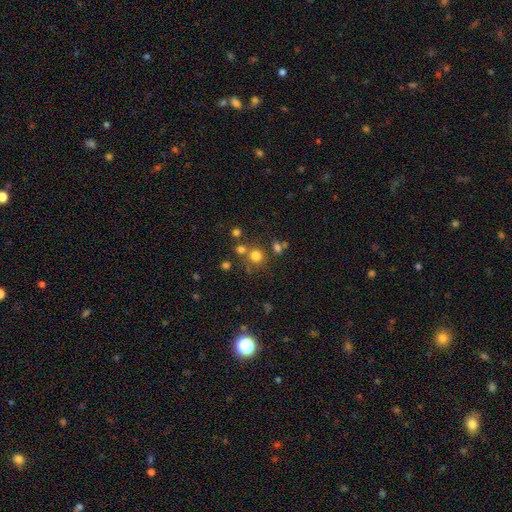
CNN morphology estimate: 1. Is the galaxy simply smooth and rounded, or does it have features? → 74% smooth, 18% star or artifact, 8% featured or disk.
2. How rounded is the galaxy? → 89% round, 10% in between, 1% cigar-shaped.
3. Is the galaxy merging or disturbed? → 67% none, 19% merger, 9% minor disturbance, 5% major disturbance.